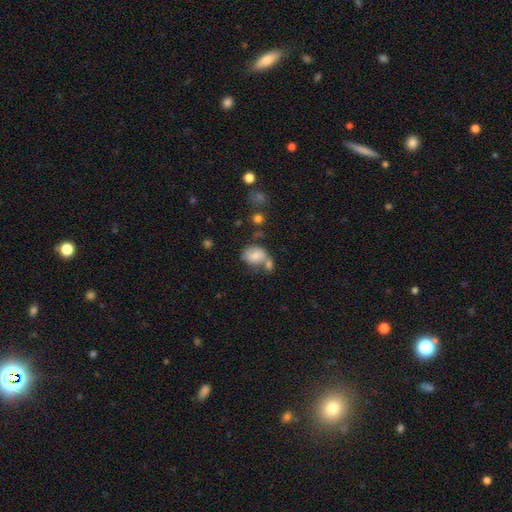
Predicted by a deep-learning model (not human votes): smooth-or-featured: smooth: 70% | featured or disk: 21% | star or artifact: 9%
  how-rounded: in between: 54% | round: 45% | cigar-shaped: 1%
  merging: merger: 39% | none: 35% | minor disturbance: 17% | major disturbance: 9%